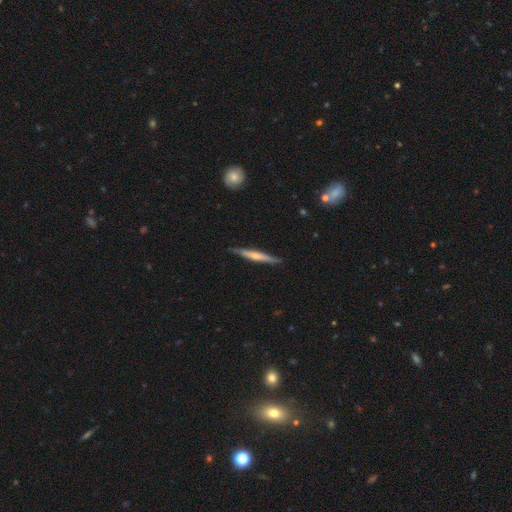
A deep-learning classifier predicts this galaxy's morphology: Smooth or featured? featured or disk (52%)
Edge-on disk? yes (96%)
Merging? none (86%)